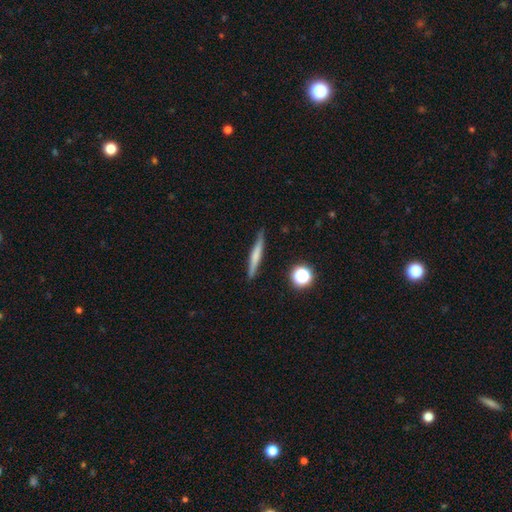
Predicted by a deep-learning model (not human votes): This is possibly a smooth galaxy (54%). How rounded: clearly cigar-shaped (93%). Merging: clearly none (87%).